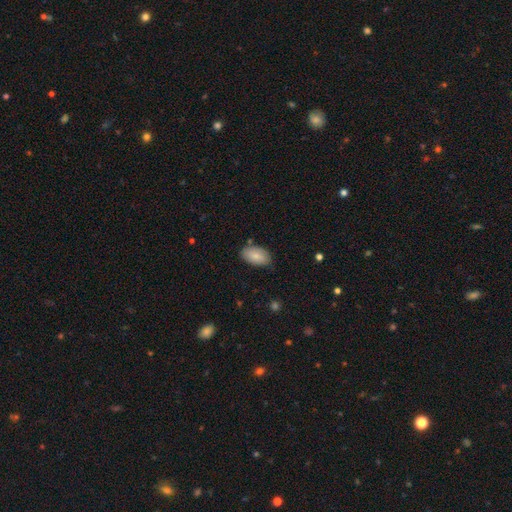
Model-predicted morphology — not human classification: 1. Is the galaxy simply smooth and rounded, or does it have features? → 83% smooth, 11% featured or disk, 6% star or artifact.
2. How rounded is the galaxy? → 94% in between, 4% round, 2% cigar-shaped.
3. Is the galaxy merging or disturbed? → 76% none, 18% minor disturbance, 3% major disturbance, 2% merger.